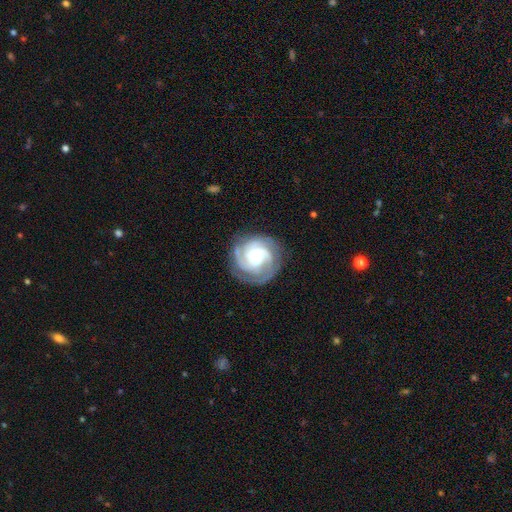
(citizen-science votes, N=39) smooth_or_featured: featured or disk (p=0.92) [alt: smooth p=0.05]
disk_edge_on: no (p=1.00)
bar: no (p=0.61) [alt: weak p=0.33]
has_spiral_arms: yes (p=1.00)
spiral_winding: tight (p=0.56) [alt: medium p=0.36]
spiral_arm_count: 3 (p=0.72) [alt: can't tell p=0.14]
bulge_size: small (p=0.44) [alt: moderate p=0.31]
merging: none (p=0.79) [alt: minor disturbance p=0.11]